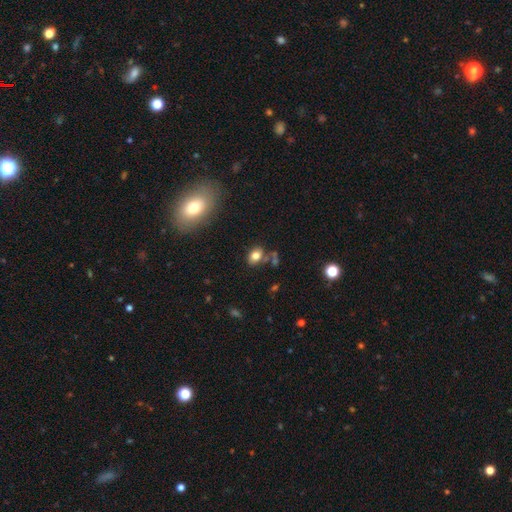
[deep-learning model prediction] Smooth or featured?
  - smooth: 79% *
  - star or artifact: 12%
  - featured or disk: 9%
How rounded?
  - in between: 70% *
  - round: 28%
  - cigar-shaped: 1%
Merging?
  - none: 68% *
  - minor disturbance: 15%
  - merger: 12%
  - major disturbance: 5%